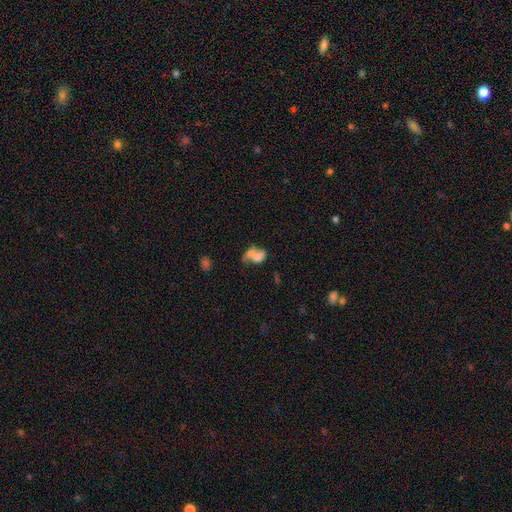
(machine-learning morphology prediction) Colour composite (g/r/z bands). It shows a smooth galaxy with no disk features (57%) that is in between round and cigar-shaped (69%). Merging: merger (58%).